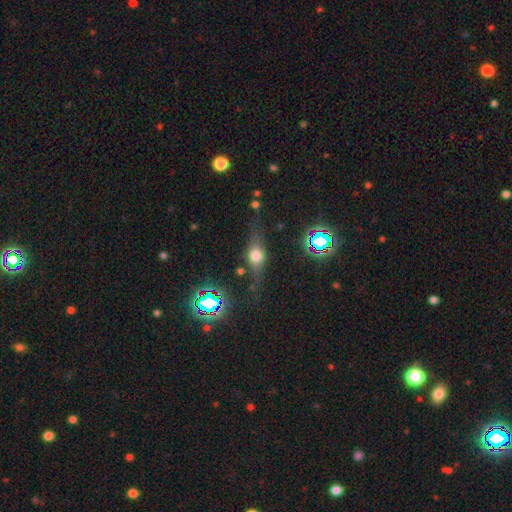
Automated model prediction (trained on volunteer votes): Overall: featured or disk (45%; smooth 38%). Merging: none (67%).